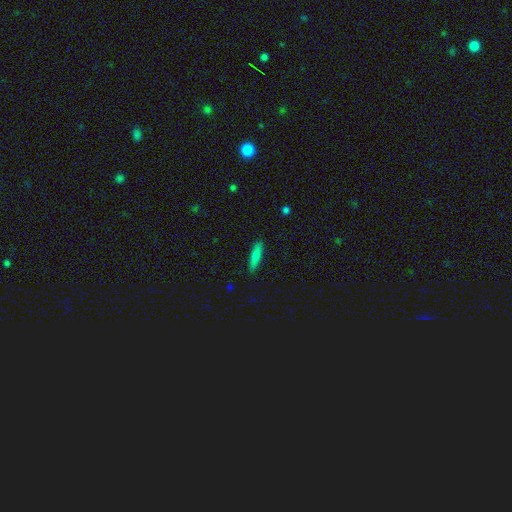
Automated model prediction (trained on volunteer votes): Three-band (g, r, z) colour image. It shows a smooth galaxy with no disk features (79%) that is cigar-shaped (80%). Merging: none (89%).